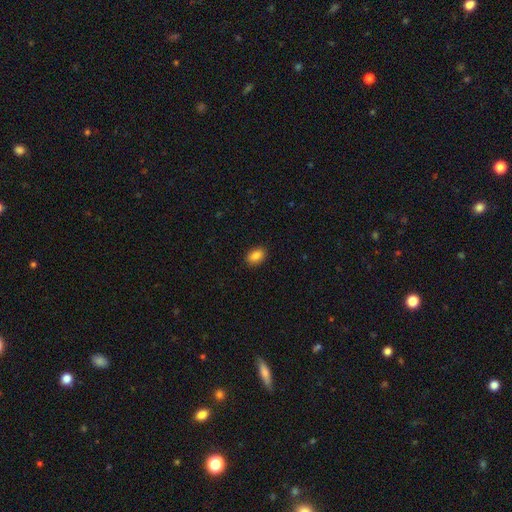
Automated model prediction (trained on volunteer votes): A smooth galaxy with no disk features (87%) that is in between round and cigar-shaped (87%).

Vote fractions:
- Smooth or featured? smooth: 87% / star or artifact: 8% / featured or disk: 5%
- How rounded? in between: 87% / round: 12% / cigar-shaped: 2%
- Merging? none: 89% / minor disturbance: 8% / major disturbance: 2% / merger: 1%